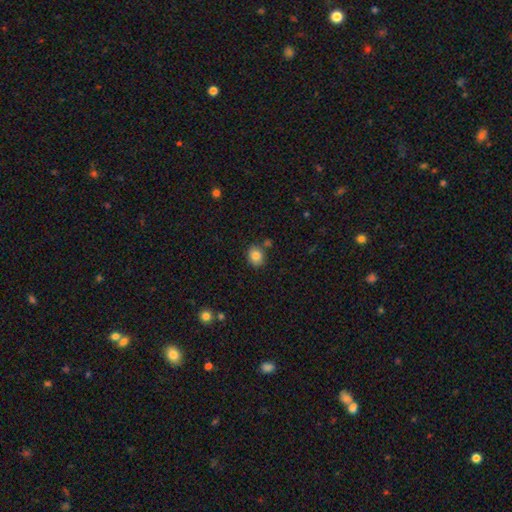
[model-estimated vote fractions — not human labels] Overall: smooth (83%). How rounded: round (63%; in between 36%). Merging: none (78%).